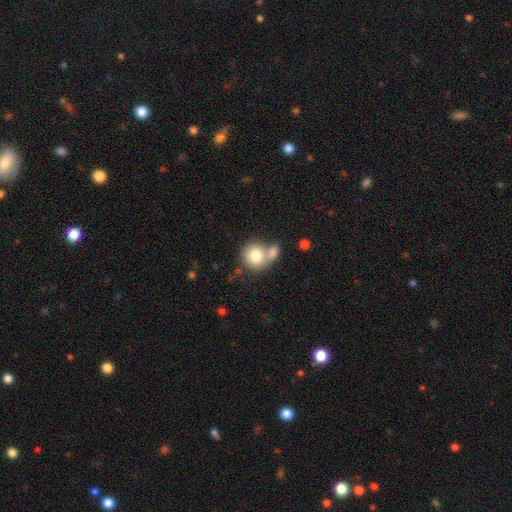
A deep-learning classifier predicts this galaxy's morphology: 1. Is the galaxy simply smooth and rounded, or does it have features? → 78% smooth, 14% featured or disk, 8% star or artifact.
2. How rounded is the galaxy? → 84% round, 15% in between, 1% cigar-shaped.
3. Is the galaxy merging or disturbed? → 45% merger, 40% none, 10% minor disturbance, 5% major disturbance.